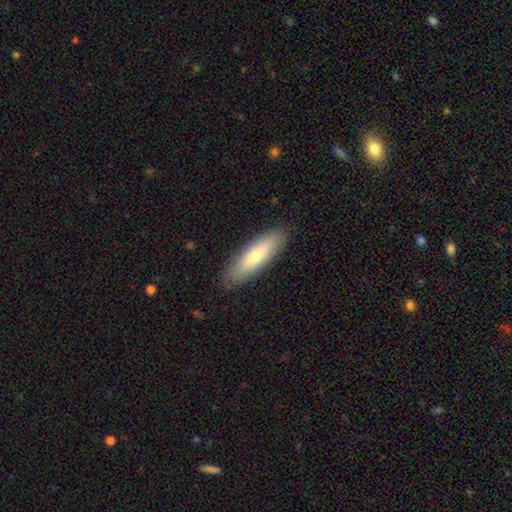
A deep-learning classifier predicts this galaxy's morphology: smooth-or-featured: smooth: 75% | featured or disk: 20% | star or artifact: 5%
  how-rounded: cigar-shaped: 55% | in between: 43% | round: 1%
  merging: none: 87% | minor disturbance: 10% | major disturbance: 2% | merger: 1%